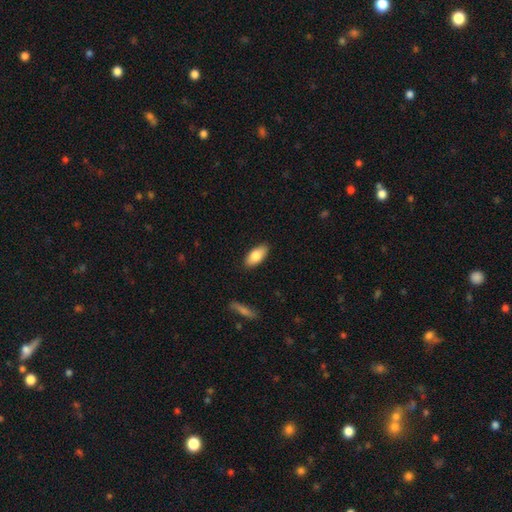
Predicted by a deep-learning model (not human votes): The model was most divided on "smooth or featured": smooth: 81%, featured or disk: 13%, star or artifact: 6%. More confident: how rounded — in between (88%); merging — none (87%).